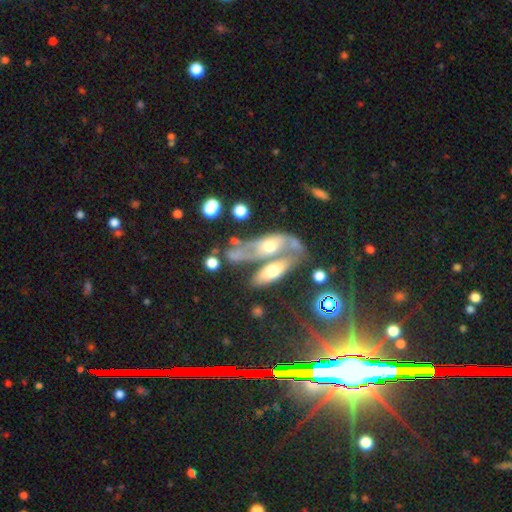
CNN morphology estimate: Smooth or featured? Predicted: featured or disk (p=0.58). Edge-on disk? Predicted: no (p=0.69). Merging? Predicted: merger (p=0.59).